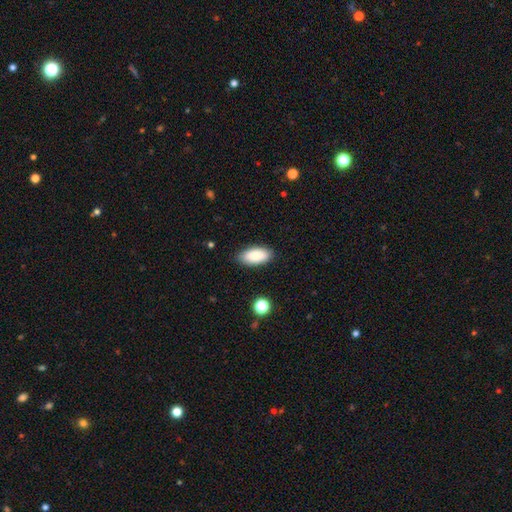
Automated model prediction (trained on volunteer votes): A smooth galaxy with no disk features (88%) that is in between round and cigar-shaped (91%).

Vote fractions:
- Smooth or featured? smooth: 88% / star or artifact: 6% / featured or disk: 6%
- How rounded? in between: 91% / cigar-shaped: 7% / round: 2%
- Merging? none: 87% / minor disturbance: 9% / major disturbance: 2% / merger: 1%